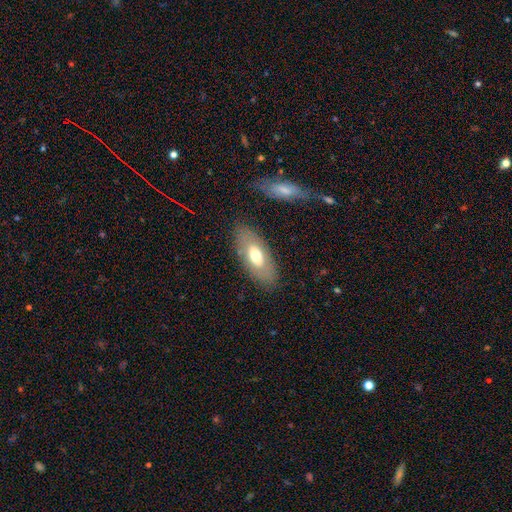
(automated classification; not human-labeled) Smooth or featured?
  - smooth: 59% *
  - featured or disk: 34%
  - star or artifact: 7%
How rounded?
  - in between: 87% *
  - cigar-shaped: 9%
  - round: 4%
Merging?
  - none: 82% *
  - minor disturbance: 11%
  - major disturbance: 4%
  - merger: 3%